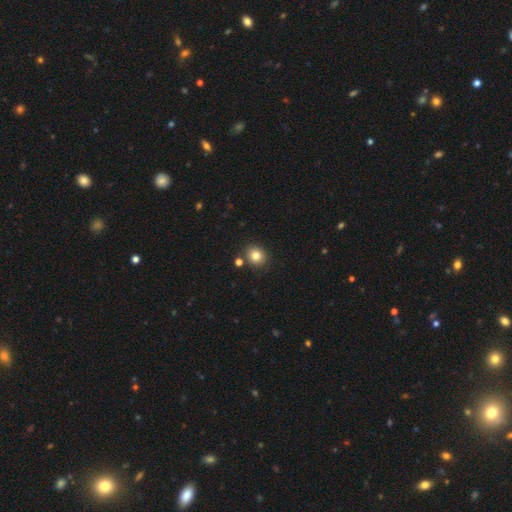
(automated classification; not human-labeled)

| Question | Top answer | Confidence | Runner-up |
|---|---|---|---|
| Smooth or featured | smooth | 81% | star or artifact (12%) |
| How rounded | round | 81% | in between (19%) |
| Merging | none | 84% | minor disturbance (8%) |